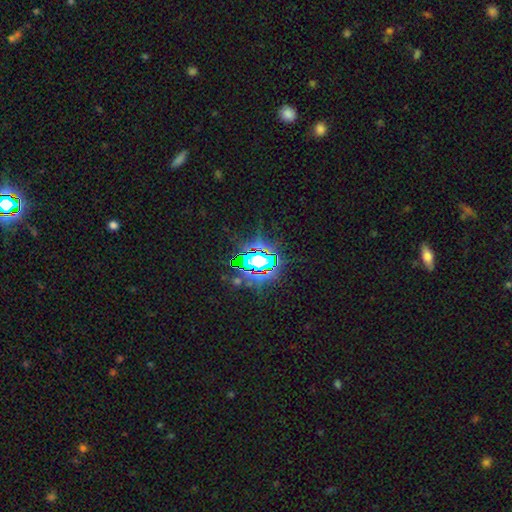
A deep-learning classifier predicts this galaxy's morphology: This appears to be a star or artifact, not a galaxy (75%).